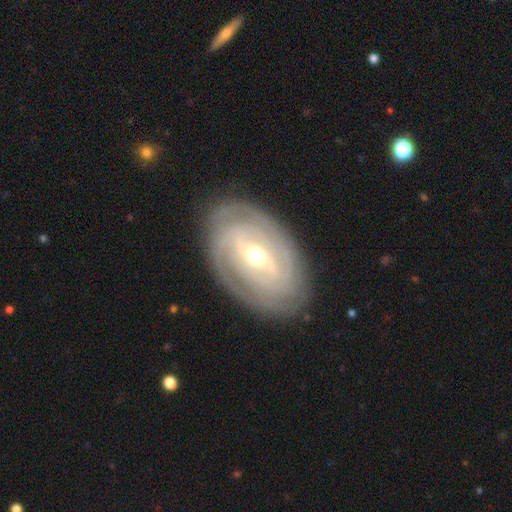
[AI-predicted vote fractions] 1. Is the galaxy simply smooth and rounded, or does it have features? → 85% featured or disk, 10% smooth, 5% star or artifact.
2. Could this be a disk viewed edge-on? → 95% no, 5% yes.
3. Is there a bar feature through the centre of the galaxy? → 42% weak, 36% strong, 22% no.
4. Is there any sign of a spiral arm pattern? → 90% yes, 10% no.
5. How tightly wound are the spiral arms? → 78% tight, 17% medium, 5% loose.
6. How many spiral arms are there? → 38% can't tell, 26% 2, 17% 3, 9% 4, 5% more than 4, 5% 1.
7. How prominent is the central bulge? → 58% moderate, 39% small, 2% large, 1% dominant, 1% none.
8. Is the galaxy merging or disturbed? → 83% none, 12% minor disturbance, 4% major disturbance, 1% merger.